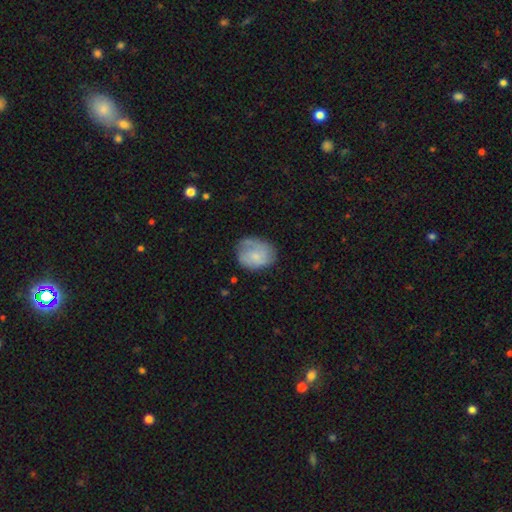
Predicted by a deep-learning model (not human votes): Smooth or featured? Predicted: smooth (p=0.59). How rounded? Predicted: round (p=0.51). Merging? Predicted: none (p=0.55).